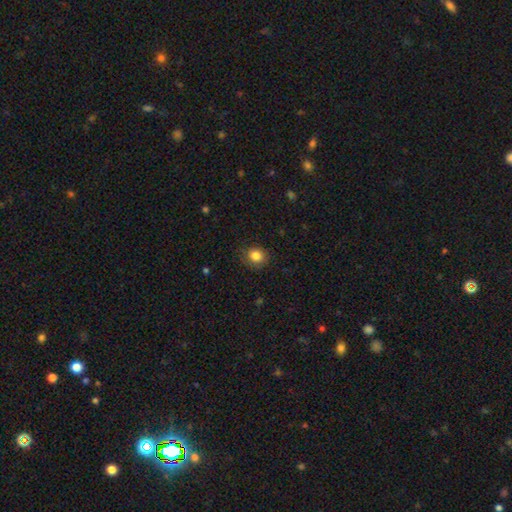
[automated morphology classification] A smooth galaxy with no disk features (84%) that is round (77%).

Vote fractions:
- Smooth or featured? smooth: 84% / star or artifact: 11% / featured or disk: 6%
- How rounded? round: 77% / in between: 23% / cigar-shaped: 1%
- Merging? none: 80% / minor disturbance: 15% / major disturbance: 4% / merger: 1%